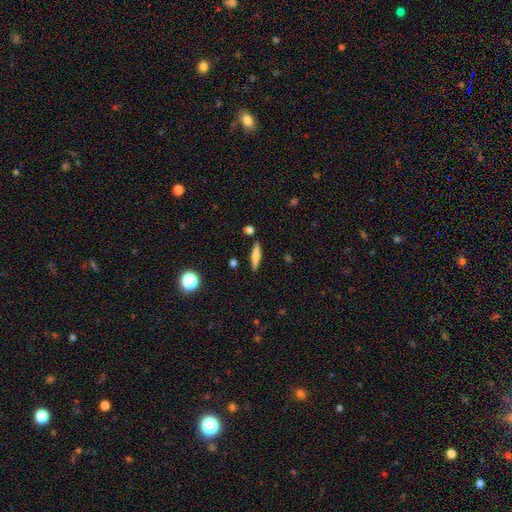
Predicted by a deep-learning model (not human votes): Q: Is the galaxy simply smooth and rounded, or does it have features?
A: smooth — 71%.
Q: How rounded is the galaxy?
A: cigar-shaped — 85%.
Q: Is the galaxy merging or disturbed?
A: none — 87%.